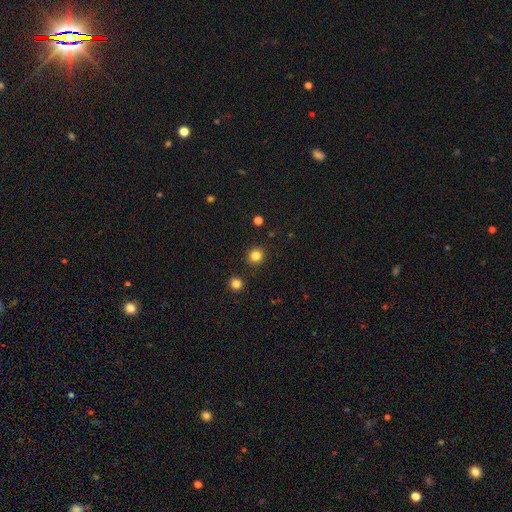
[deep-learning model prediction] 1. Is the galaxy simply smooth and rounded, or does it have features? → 83% smooth, 13% star or artifact, 4% featured or disk.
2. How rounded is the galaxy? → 92% round, 7% in between, 1% cigar-shaped.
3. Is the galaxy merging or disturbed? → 91% none, 5% minor disturbance, 2% merger, 2% major disturbance.